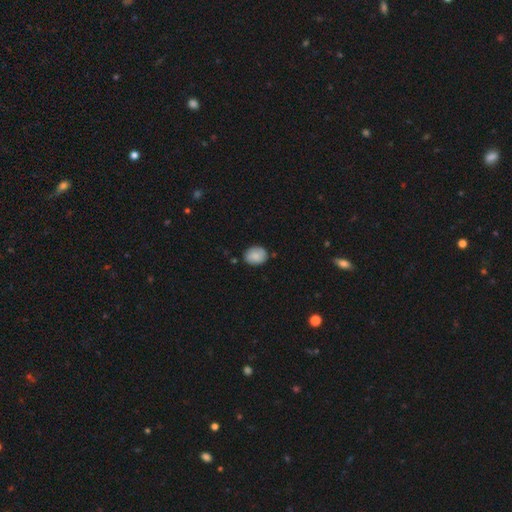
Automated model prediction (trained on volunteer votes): Smooth or featured: smooth — 84% (featured or disk — 8%)
How rounded: in between — 53% (round — 46%)
Merging: none — 78% (minor disturbance — 16%)